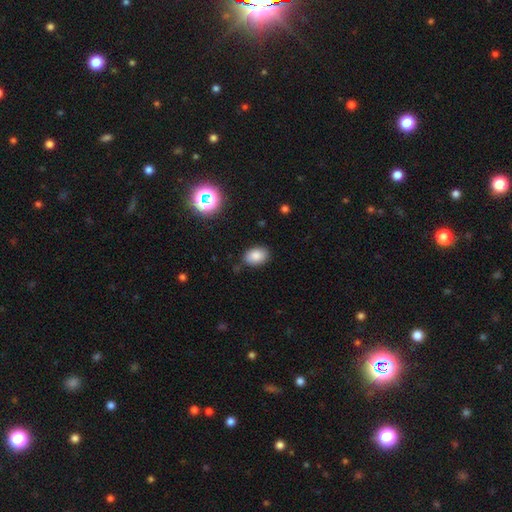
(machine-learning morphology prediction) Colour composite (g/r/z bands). It shows a smooth galaxy with no disk features (84%) that is in between round and cigar-shaped (82%). Merging: none (83%).